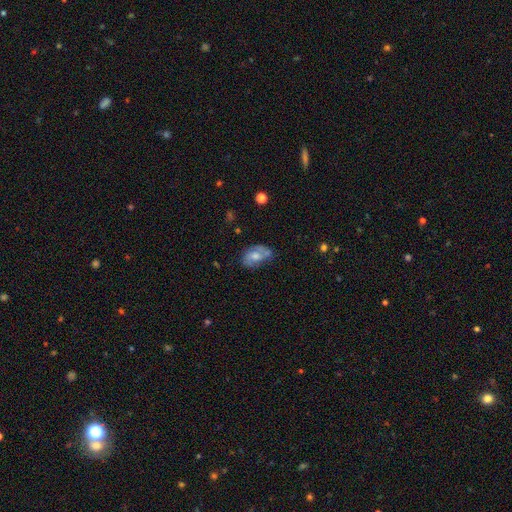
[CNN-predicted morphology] This appears to be a featured or disk galaxy (49%). Merging: none (52%).